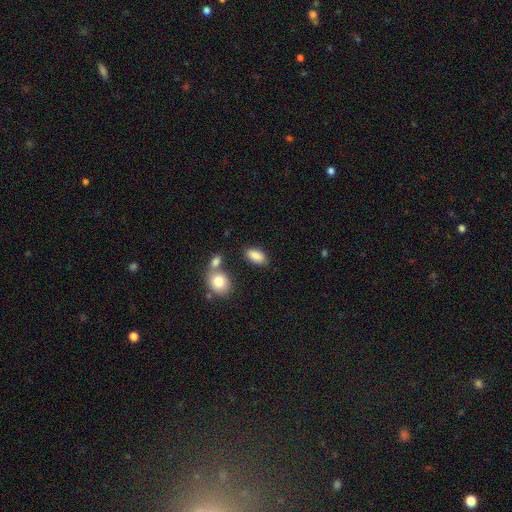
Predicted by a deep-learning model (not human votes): The model was most divided on "merging": none: 76%, minor disturbance: 12%, merger: 7%, major disturbance: 4%. More confident: how rounded — in between (90%); smooth or featured — smooth (88%).